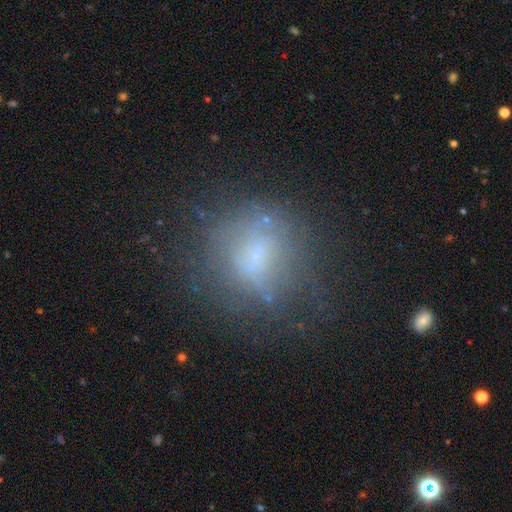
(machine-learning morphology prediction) This is possibly a smooth galaxy (51%). How rounded: likely round (78%). Merging: likely none (62%).